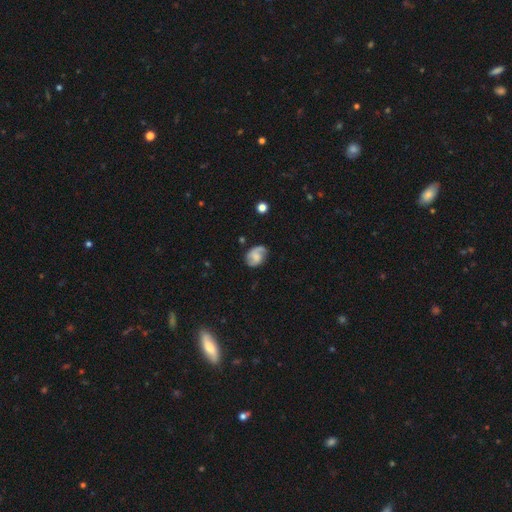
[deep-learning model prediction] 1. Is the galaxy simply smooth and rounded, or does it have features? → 59% featured or disk, 33% smooth, 8% star or artifact.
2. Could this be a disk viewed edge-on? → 97% no, 3% yes.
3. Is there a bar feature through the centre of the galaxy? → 57% no, 36% weak, 7% strong.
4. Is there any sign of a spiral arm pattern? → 90% yes, 10% no.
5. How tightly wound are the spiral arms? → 44% medium, 29% loose, 27% tight.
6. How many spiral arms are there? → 72% 2, 16% 1, 9% can't tell, 2% 3, 1% 4, 1% more than 4.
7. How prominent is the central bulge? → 33% none, 29% small, 27% moderate, 9% large, 2% dominant.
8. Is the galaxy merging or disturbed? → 62% none, 25% minor disturbance, 10% major disturbance, 3% merger.